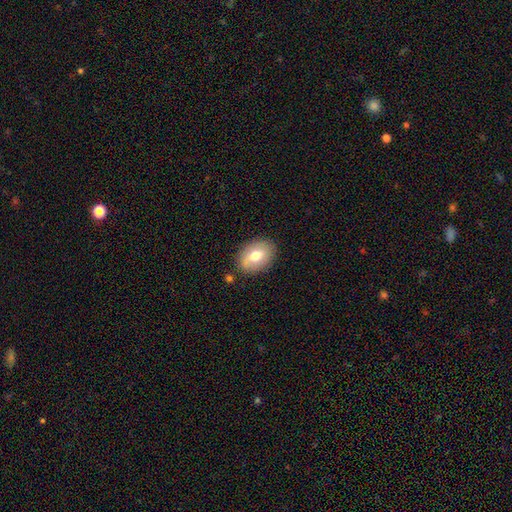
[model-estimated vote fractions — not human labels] smooth-or-featured: smooth: 67% | featured or disk: 25% | star or artifact: 7%
  how-rounded: in between: 72% | round: 27% | cigar-shaped: 1%
  merging: none: 81% | minor disturbance: 13% | major disturbance: 3% | merger: 2%